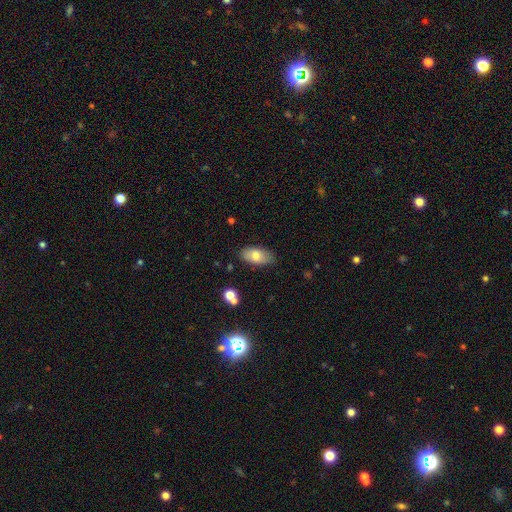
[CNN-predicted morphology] Smooth or featured: smooth — 74% (featured or disk — 19%)
How rounded: in between — 93% (cigar-shaped — 4%)
Merging: none — 82% (minor disturbance — 13%)